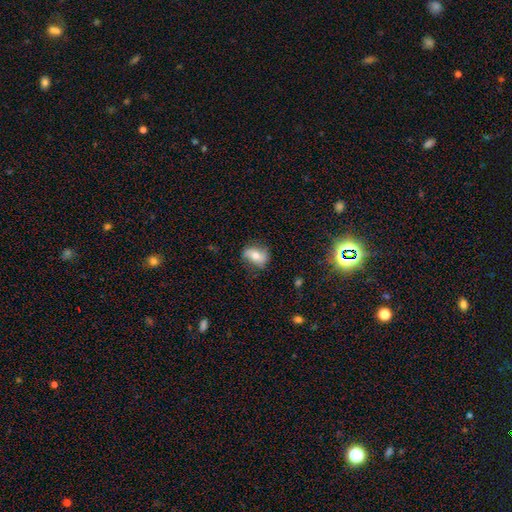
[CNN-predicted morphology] Smooth or featured: smooth — 54% (featured or disk — 37%)
How rounded: in between — 77% (round — 20%)
Merging: none — 71% (minor disturbance — 21%)